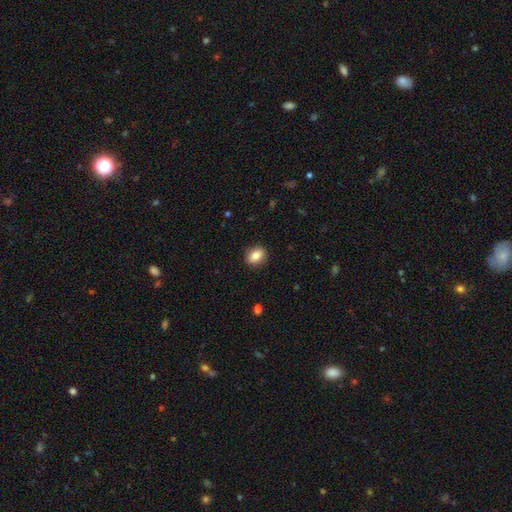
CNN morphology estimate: Overall: smooth (83%). How rounded: in between (54%; round 45%). Merging: none (90%).